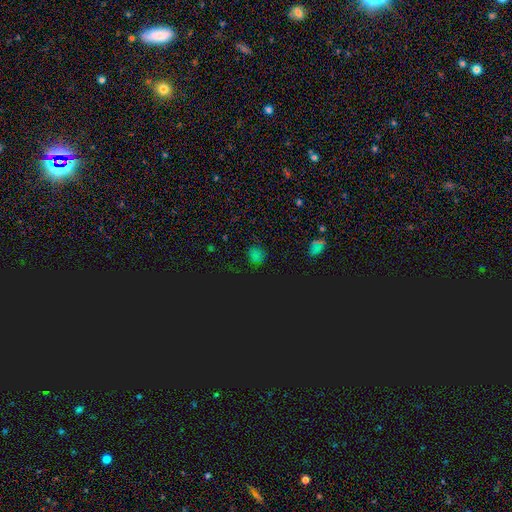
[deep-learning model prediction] A smooth galaxy with no disk features (50%) that is round (77%). Merging: none (80%).